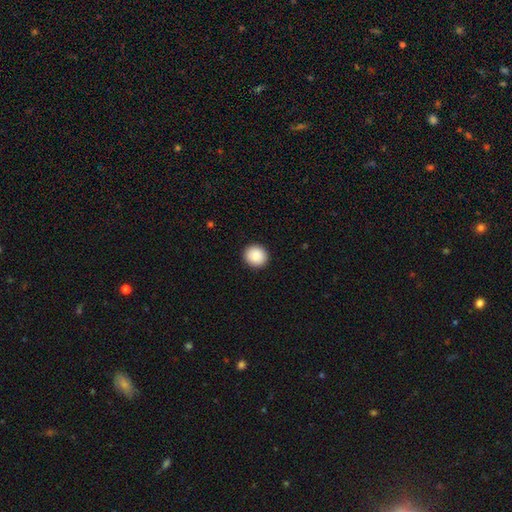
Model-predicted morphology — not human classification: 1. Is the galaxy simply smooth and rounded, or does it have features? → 89% smooth, 8% star or artifact, 4% featured or disk.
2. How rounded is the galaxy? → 91% round, 9% in between, 1% cigar-shaped.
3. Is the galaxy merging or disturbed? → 93% none, 5% minor disturbance, 2% major disturbance, 1% merger.